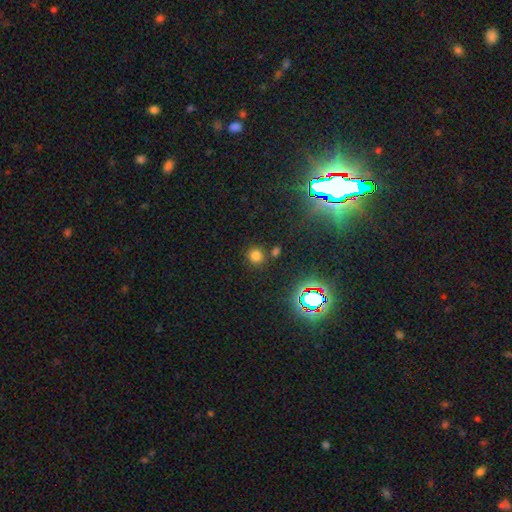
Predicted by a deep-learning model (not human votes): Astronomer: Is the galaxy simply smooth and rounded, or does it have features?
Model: smooth — 70%.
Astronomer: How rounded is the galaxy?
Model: round — 88%.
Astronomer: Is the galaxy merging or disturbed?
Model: none — 80%.